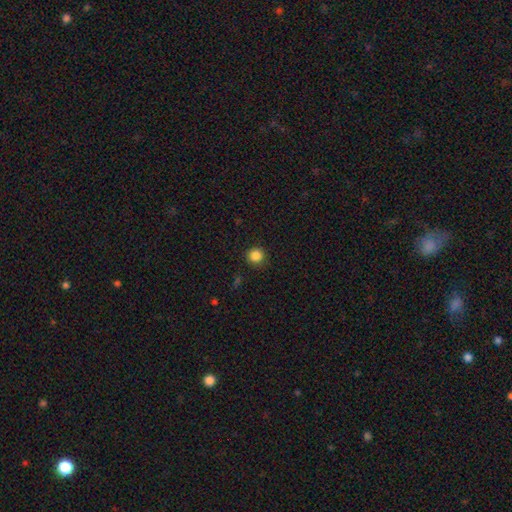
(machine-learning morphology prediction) Smooth or featured?
  - smooth: 86% *
  - star or artifact: 11%
  - featured or disk: 4%
How rounded?
  - round: 94% *
  - in between: 5%
  - cigar-shaped: 1%
Merging?
  - none: 92% *
  - minor disturbance: 6%
  - major disturbance: 2%
  - merger: 1%